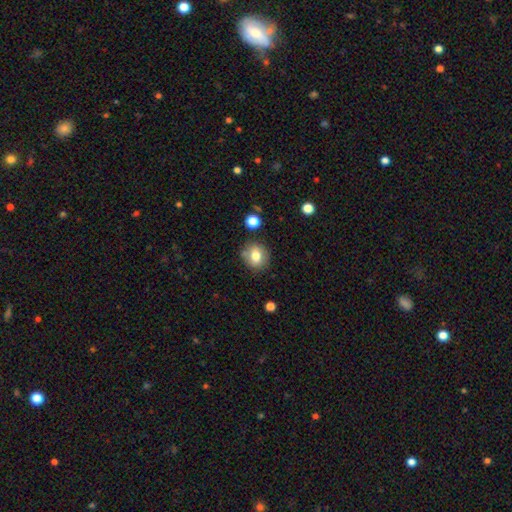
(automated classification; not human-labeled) A smooth galaxy with no disk features (76%) that is round (70%).

Vote fractions:
- Smooth or featured? smooth: 76% / featured or disk: 14% / star or artifact: 10%
- How rounded? round: 70% / in between: 29% / cigar-shaped: 1%
- Merging? none: 77% / minor disturbance: 13% / merger: 7% / major disturbance: 3%